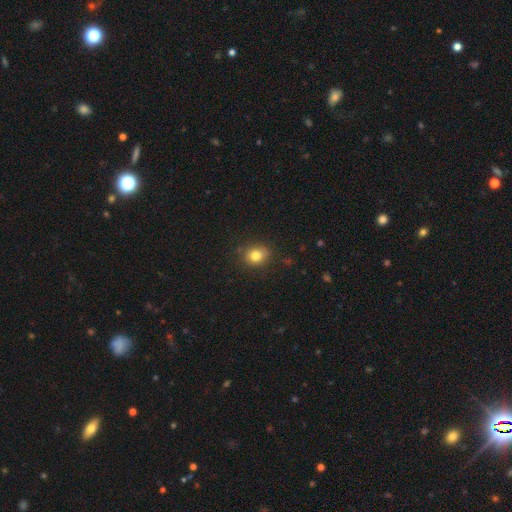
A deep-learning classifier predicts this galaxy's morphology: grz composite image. It shows a smooth galaxy with no disk features (81%) that is round (68%). Merging: none (83%).